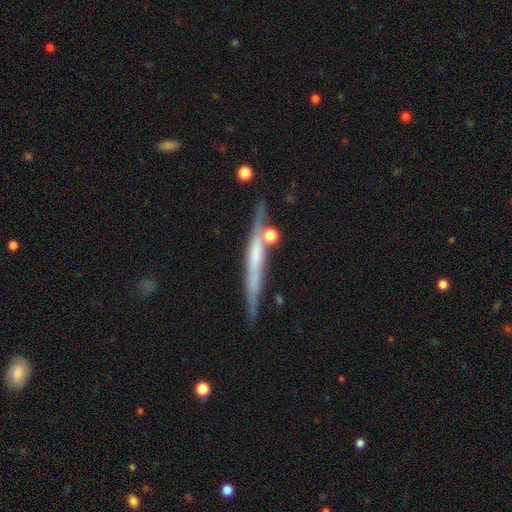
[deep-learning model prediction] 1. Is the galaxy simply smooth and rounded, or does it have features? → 64% featured or disk, 29% smooth, 7% star or artifact.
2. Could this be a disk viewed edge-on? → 95% yes, 5% no.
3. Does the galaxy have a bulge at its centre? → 56% none, 26% rounded, 19% boxy.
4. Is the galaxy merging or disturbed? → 78% none, 12% minor disturbance, 7% merger, 3% major disturbance.